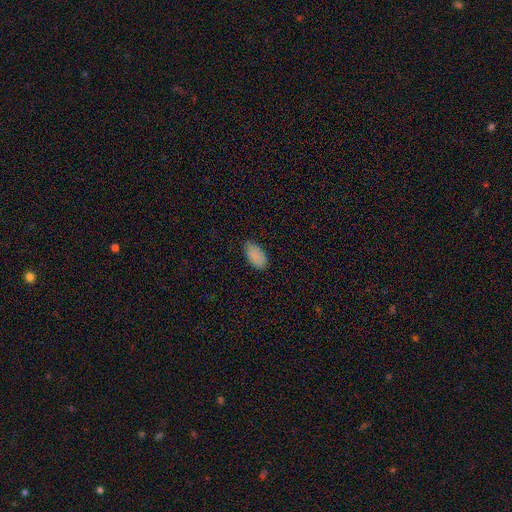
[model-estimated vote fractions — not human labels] A smooth galaxy with no disk features (88%) that is in between round and cigar-shaped (95%). Merging: none (80%).